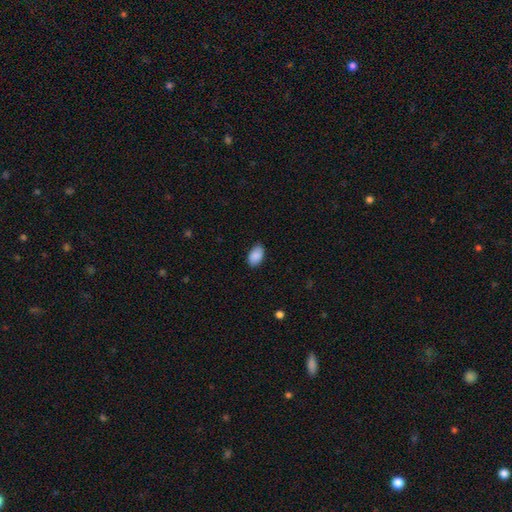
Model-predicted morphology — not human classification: Smooth or featured? Predicted: smooth (p=0.89). How rounded? Predicted: in between (p=0.92). Merging? Predicted: none (p=0.82).